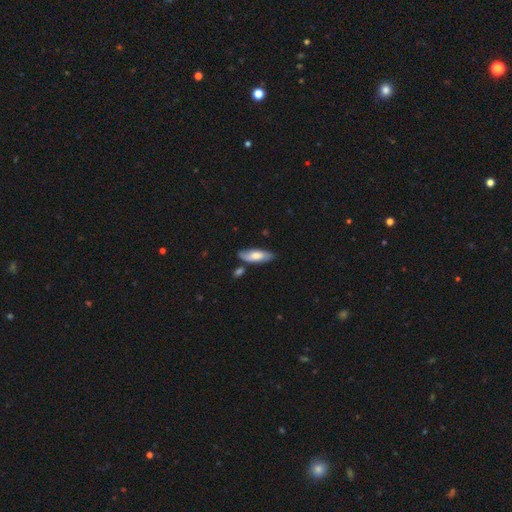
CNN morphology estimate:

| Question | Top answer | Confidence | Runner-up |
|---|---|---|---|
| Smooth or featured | smooth | 66% | featured or disk (28%) |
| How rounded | in between | 67% | cigar-shaped (30%) |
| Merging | none | 74% | minor disturbance (16%) |